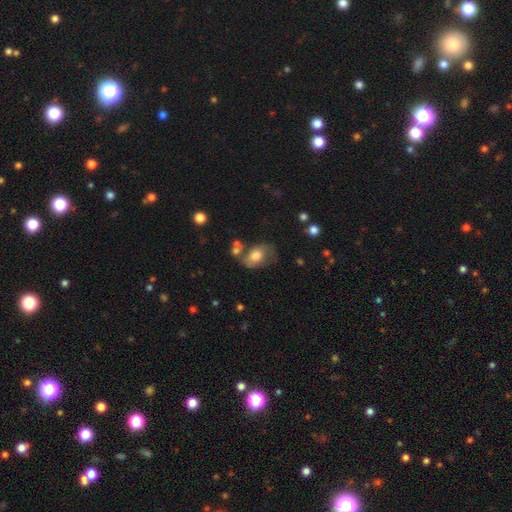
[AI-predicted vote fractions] A smooth galaxy with no disk features (65%) that is in between round and cigar-shaped (81%).

Vote fractions:
- Smooth or featured? smooth: 65% / featured or disk: 27% / star or artifact: 8%
- How rounded? in between: 81% / round: 18% / cigar-shaped: 1%
- Merging? none: 44% / minor disturbance: 26% / major disturbance: 15% / merger: 15%